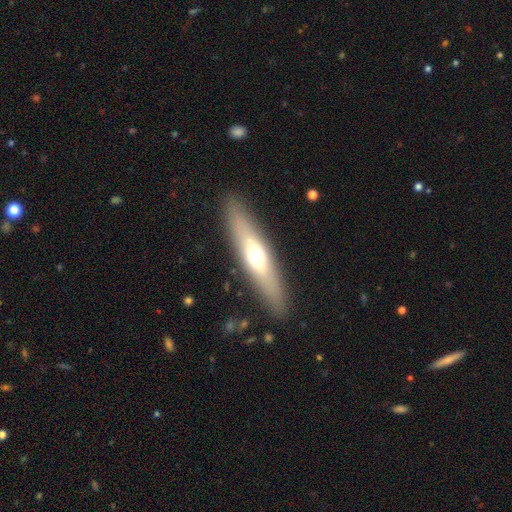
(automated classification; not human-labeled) smooth 49%, featured or disk 45%, star or artifact 6%. Down the decision tree: merging — none (88%).